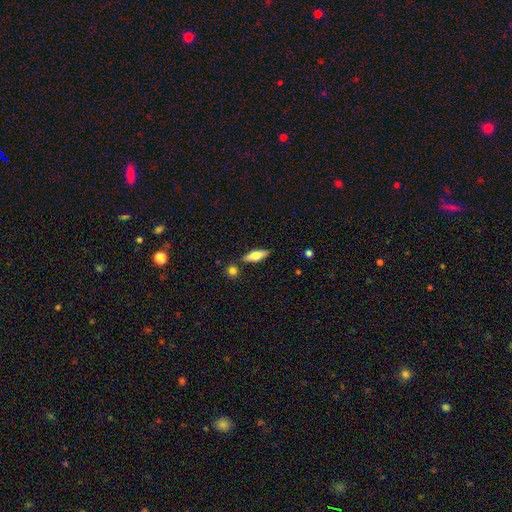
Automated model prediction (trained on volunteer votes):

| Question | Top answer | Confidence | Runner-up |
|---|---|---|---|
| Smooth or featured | featured or disk | 49% | smooth (44%) |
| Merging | none | 81% | minor disturbance (11%) |